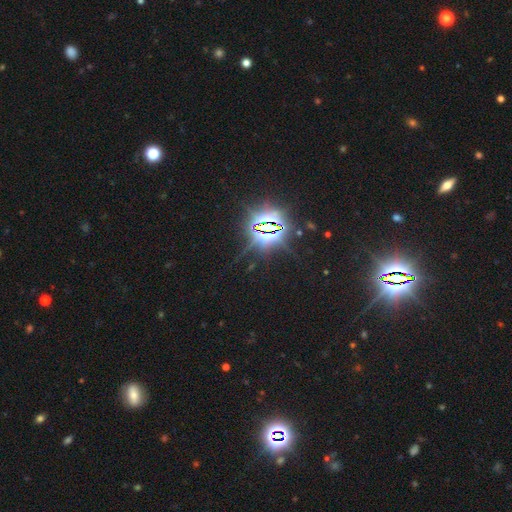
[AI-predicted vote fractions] Smooth or featured: star or artifact — 84% (smooth — 10%)